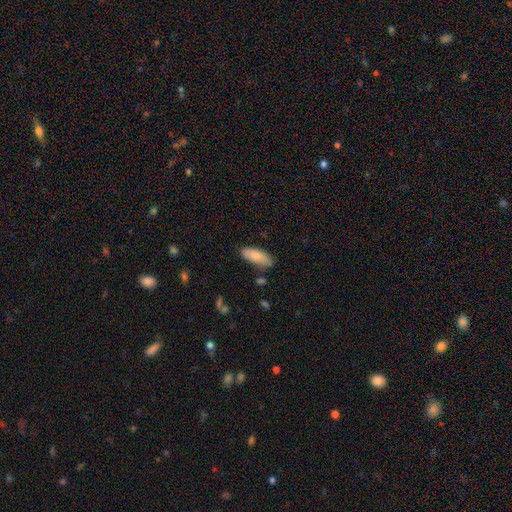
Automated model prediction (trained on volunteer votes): A smooth galaxy with no disk features (84%) that is in between round and cigar-shaped (75%).

Vote fractions:
- Smooth or featured? smooth: 84% / featured or disk: 10% / star or artifact: 6%
- How rounded? in between: 75% / cigar-shaped: 23% / round: 2%
- Merging? none: 76% / minor disturbance: 18% / merger: 3% / major disturbance: 3%